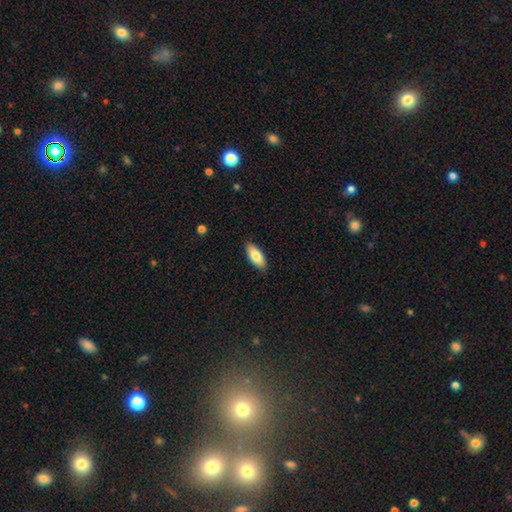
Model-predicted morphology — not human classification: Smooth or featured? smooth (82%)
How rounded? in between (79%)
Merging? none (88%)